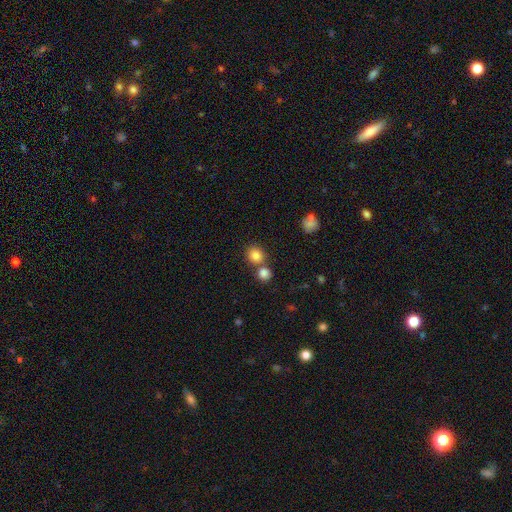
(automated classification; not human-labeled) smooth 83%, star or artifact 11%, featured or disk 6%. Down the decision tree: how rounded — round (83%); merging — none (61%).